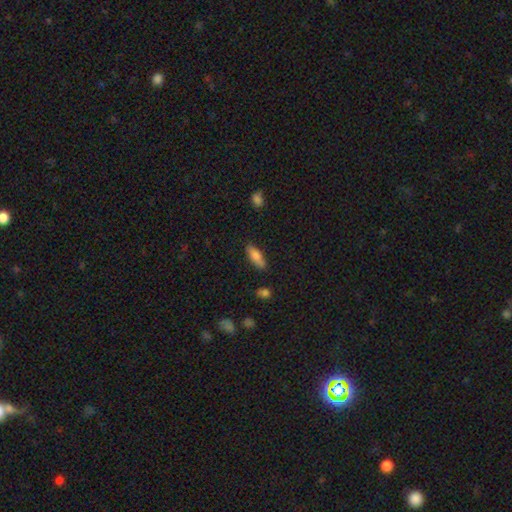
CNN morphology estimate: Smooth or featured? Predicted: smooth (p=0.75). How rounded? Predicted: in between (p=0.58). Merging? Predicted: none (p=0.81).